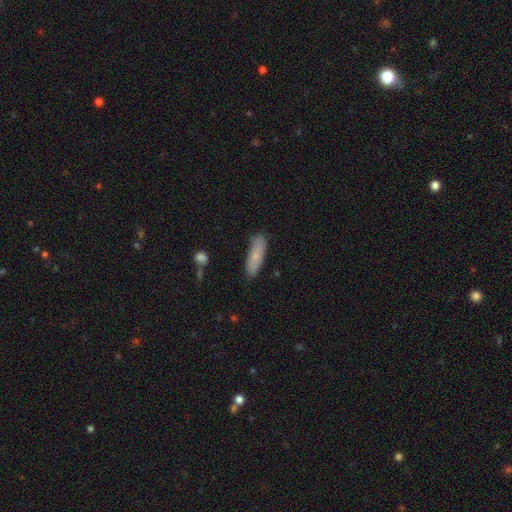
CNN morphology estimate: Overall: smooth (79%). How rounded: cigar-shaped (53%; in between 45%). Merging: none (80%).